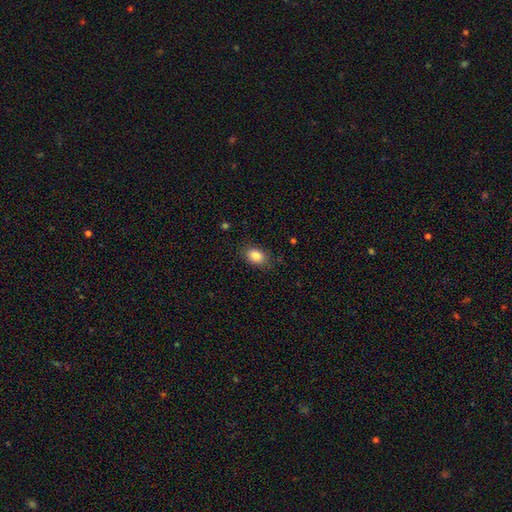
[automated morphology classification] Smooth or featured? Predicted: smooth (p=0.86). How rounded? Predicted: in between (p=0.77). Merging? Predicted: none (p=0.82).